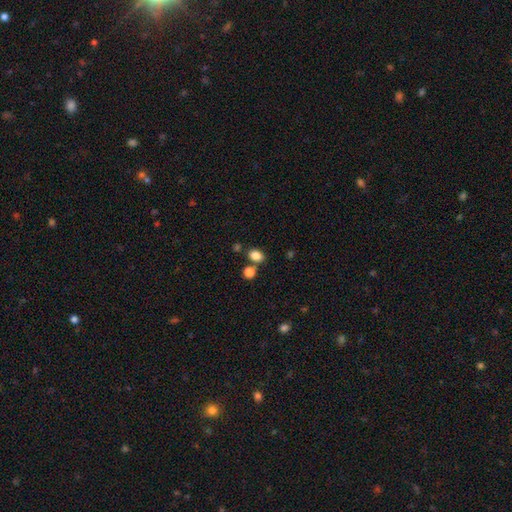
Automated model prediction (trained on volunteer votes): Morphology: type=smooth (83%); roundness=in between (66%); merging=none (70%).